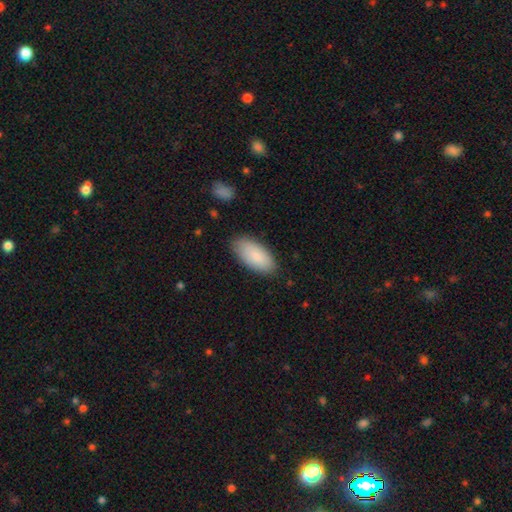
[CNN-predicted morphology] type=smooth (87%); roundness=in between (92%); merging=none (83%).